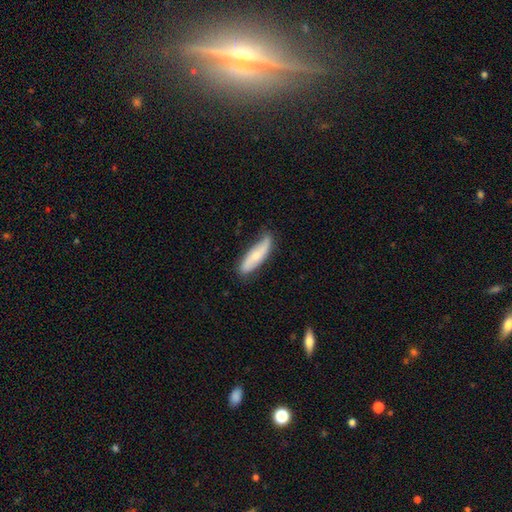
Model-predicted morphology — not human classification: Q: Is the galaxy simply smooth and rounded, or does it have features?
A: smooth — 54%.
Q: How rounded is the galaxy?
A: cigar-shaped — 59%.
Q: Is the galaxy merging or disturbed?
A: none — 69%.